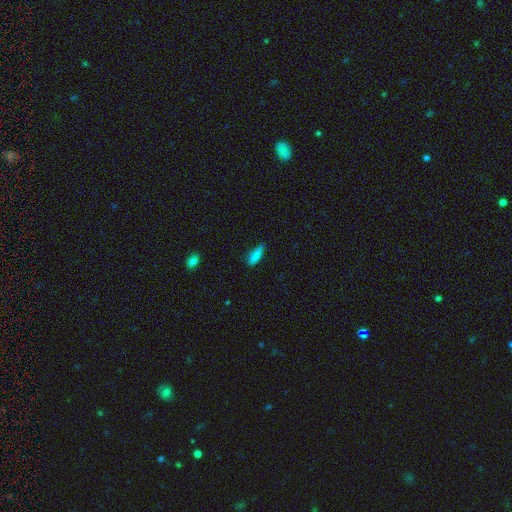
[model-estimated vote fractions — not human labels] This appears to be a smooth galaxy with no disk features (83%) that is cigar-shaped (58%). Merging: none (77%).